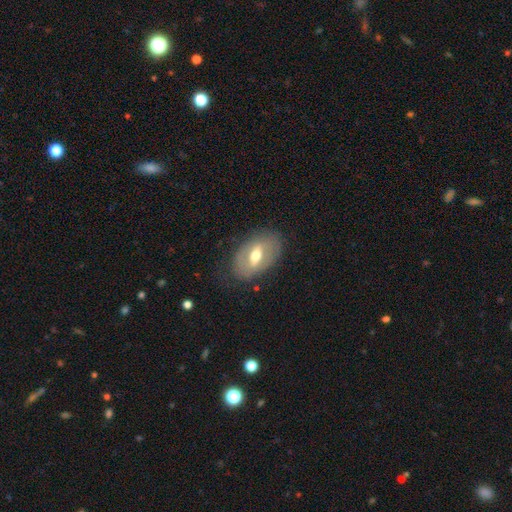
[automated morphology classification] Q: Smooth or featured?
A: featured or disk (53%); runner-up: smooth (40%)
Q: Edge-on disk?
A: no (87%); runner-up: yes (13%)
Q: Merging?
A: none (77%); runner-up: minor disturbance (16%)